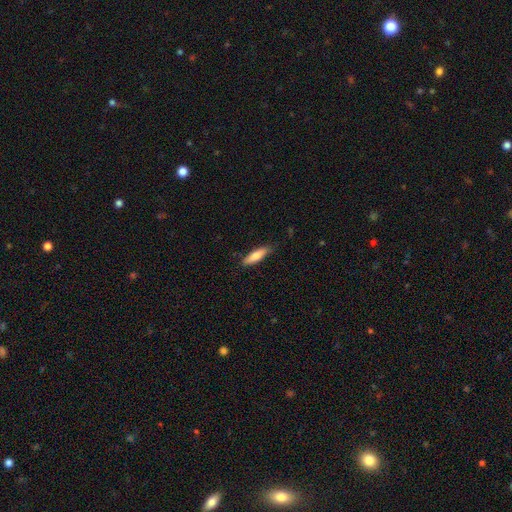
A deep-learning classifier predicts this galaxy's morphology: Smooth or featured? smooth (74%)
How rounded? cigar-shaped (65%)
Merging? none (84%)